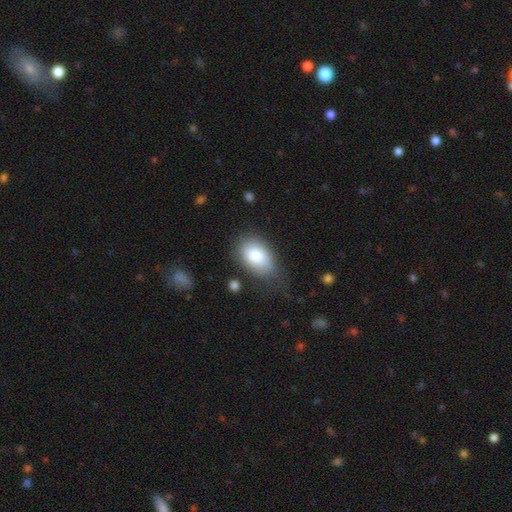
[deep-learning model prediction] The model was most divided on "merging": none: 61%, minor disturbance: 25%, major disturbance: 11%, merger: 3%. More confident: how rounded — in between (83%); smooth or featured — smooth (79%).